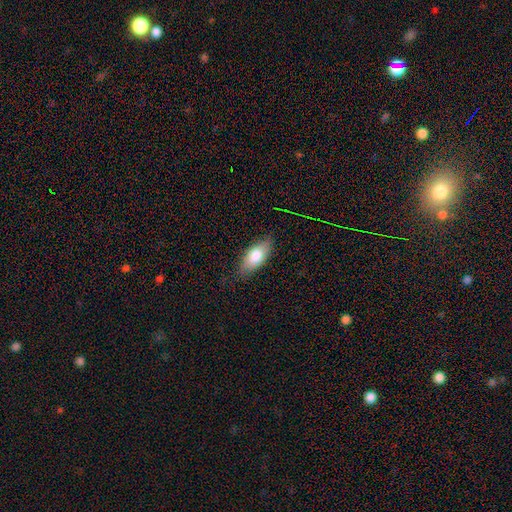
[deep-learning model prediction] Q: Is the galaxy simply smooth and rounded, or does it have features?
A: smooth — 78%.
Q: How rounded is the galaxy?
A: in between — 85%.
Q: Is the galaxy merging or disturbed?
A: none — 80%.